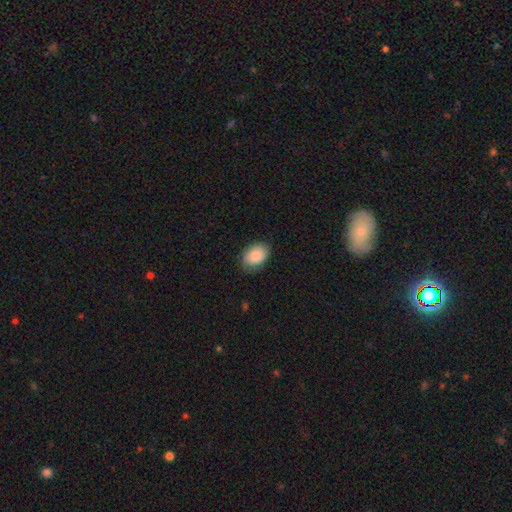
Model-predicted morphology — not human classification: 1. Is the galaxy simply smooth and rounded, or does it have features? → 82% smooth, 11% featured or disk, 7% star or artifact.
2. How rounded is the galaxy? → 84% in between, 15% round, 1% cigar-shaped.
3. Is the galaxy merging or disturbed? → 79% none, 17% minor disturbance, 3% major disturbance, 1% merger.